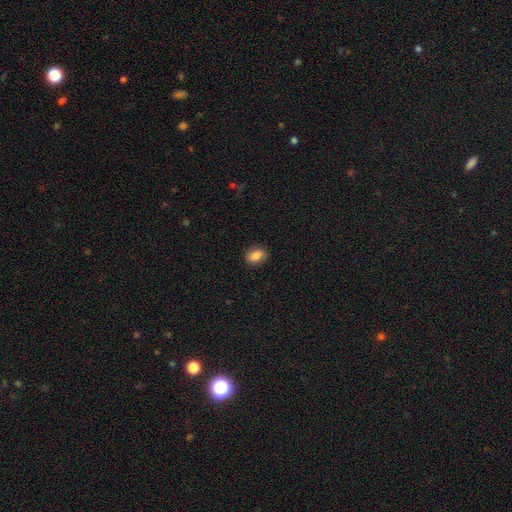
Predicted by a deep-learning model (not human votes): smooth 83%, featured or disk 9%, star or artifact 8%. Down the decision tree: how rounded — in between (69%); merging — none (86%).